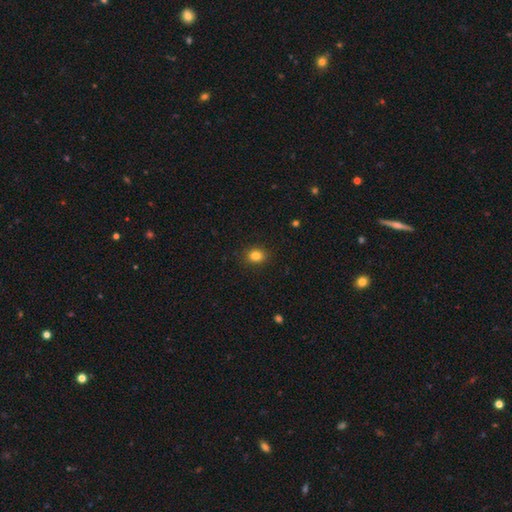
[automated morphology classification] Smooth or featured?
  - smooth: 83% *
  - star or artifact: 11%
  - featured or disk: 5%
How rounded?
  - round: 62% *
  - in between: 38%
  - cigar-shaped: 1%
Merging?
  - none: 89% *
  - minor disturbance: 8%
  - major disturbance: 2%
  - merger: 1%